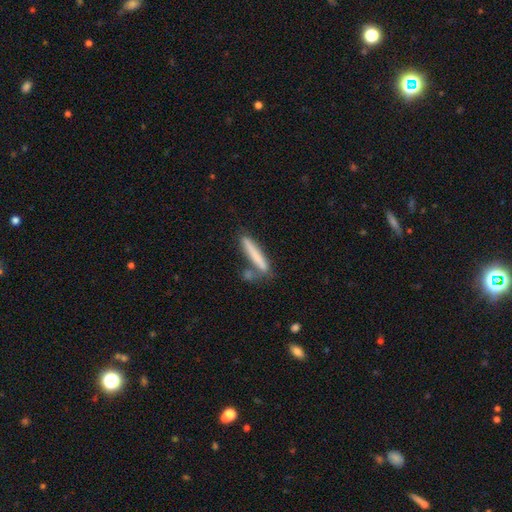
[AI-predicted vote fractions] smooth_or_featured: smooth (p=0.73) [alt: featured or disk p=0.21]
how_rounded: cigar-shaped (p=0.94) [alt: in between p=0.05]
merging: none (p=0.70) [alt: minor disturbance p=0.14]